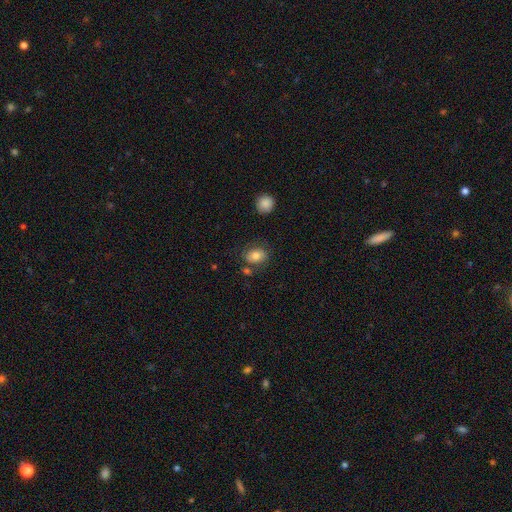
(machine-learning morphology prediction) smooth 77%, featured or disk 14%, star or artifact 9%. Down the decision tree: how rounded — in between (61%); merging — none (70%).